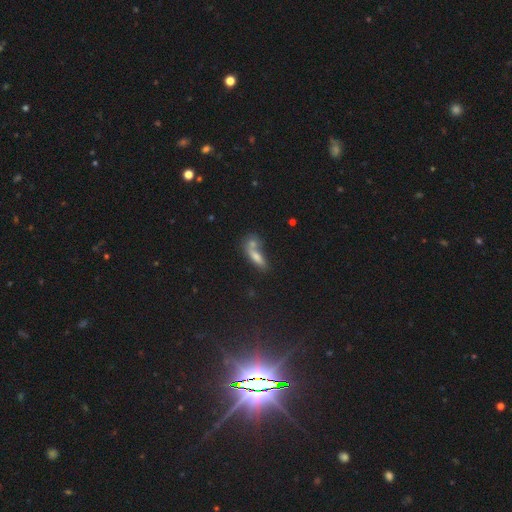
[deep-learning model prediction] Q: Smooth or featured?
A: smooth (64%); runner-up: featured or disk (23%)
Q: How rounded?
A: in between (54%); runner-up: cigar-shaped (39%)
Q: Merging?
A: merger (51%); runner-up: none (32%)